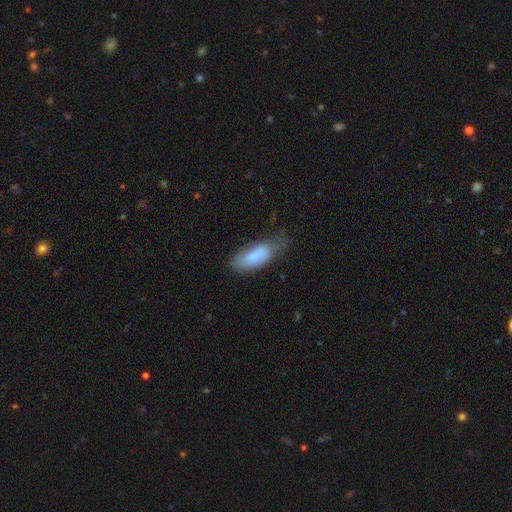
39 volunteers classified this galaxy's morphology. A smooth galaxy with no disk features (74%) that is in between round and cigar-shaped (83%).

Vote fractions:
- Smooth or featured? smooth: 74% / featured or disk: 21% / star or artifact: 5%
- How rounded? in between: 83% / cigar-shaped: 14% / round: 3%
- Merging? minor disturbance: 49% / none: 30% / major disturbance: 22% / merger: 0%